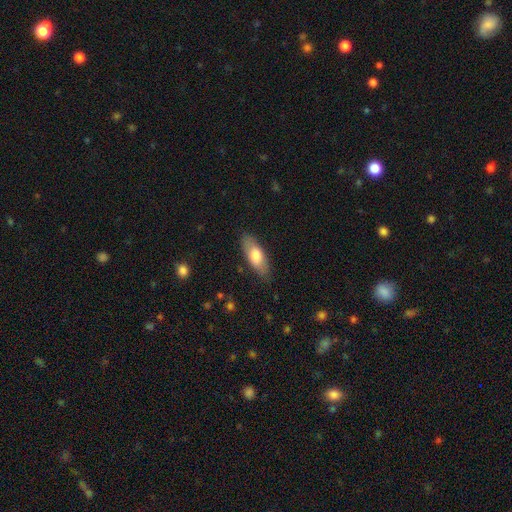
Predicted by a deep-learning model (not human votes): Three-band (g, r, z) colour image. It shows a smooth galaxy with no disk features (71%) that is in between round and cigar-shaped (74%). Merging: none (83%).